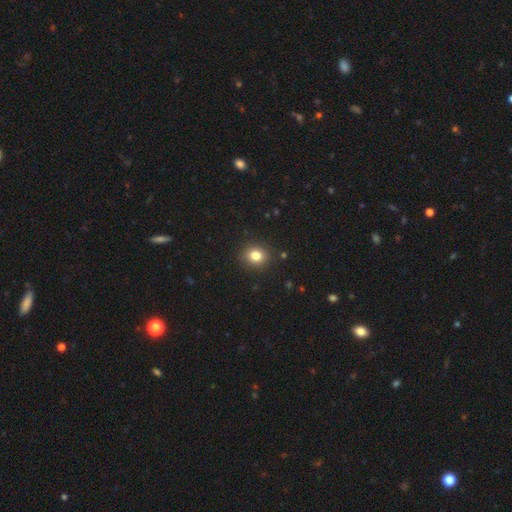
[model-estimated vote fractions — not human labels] Smooth or featured? smooth (82%)
How rounded? round (77%)
Merging? none (90%)